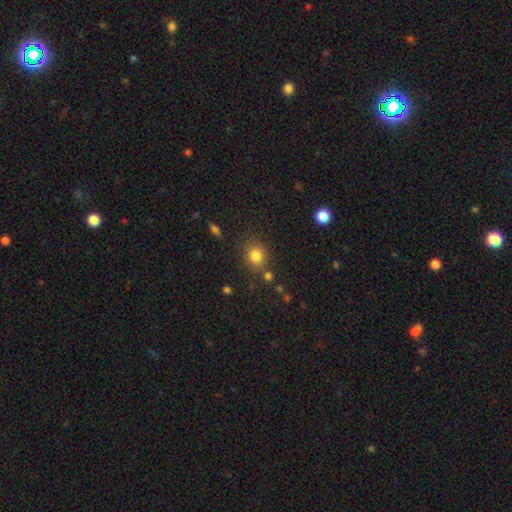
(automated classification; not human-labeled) The model was most divided on "how rounded": round: 71%, in between: 28%, cigar-shaped: 1%. More confident: smooth or featured — smooth (81%); merging — none (79%).